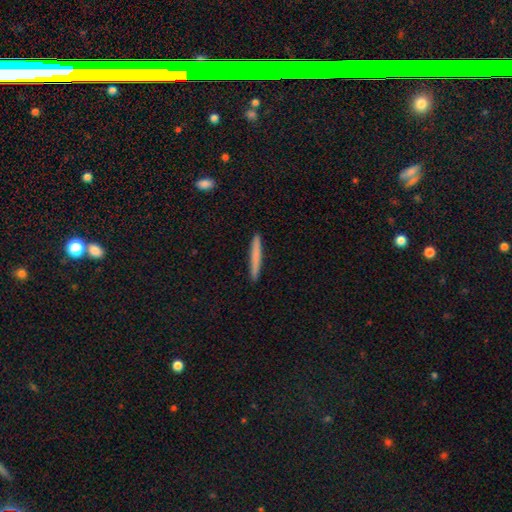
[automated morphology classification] Smooth or featured: smooth — 73% (featured or disk — 21%)
How rounded: cigar-shaped — 97% (in between — 2%)
Merging: none — 92% (minor disturbance — 6%)